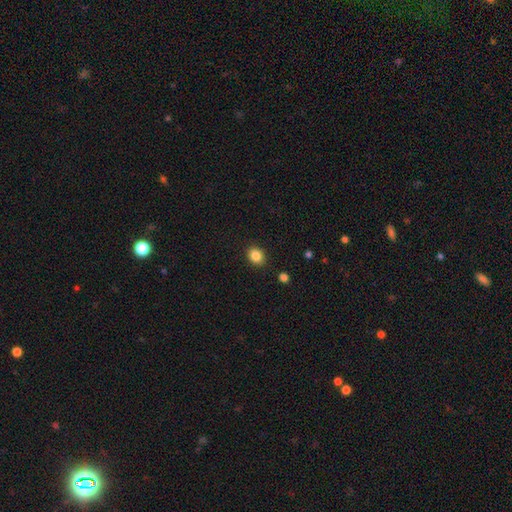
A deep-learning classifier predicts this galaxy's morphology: Smooth or featured?
  - smooth: 85% *
  - star or artifact: 10%
  - featured or disk: 5%
How rounded?
  - round: 55% *
  - in between: 45%
  - cigar-shaped: 1%
Merging?
  - none: 89% *
  - minor disturbance: 7%
  - major disturbance: 2%
  - merger: 2%